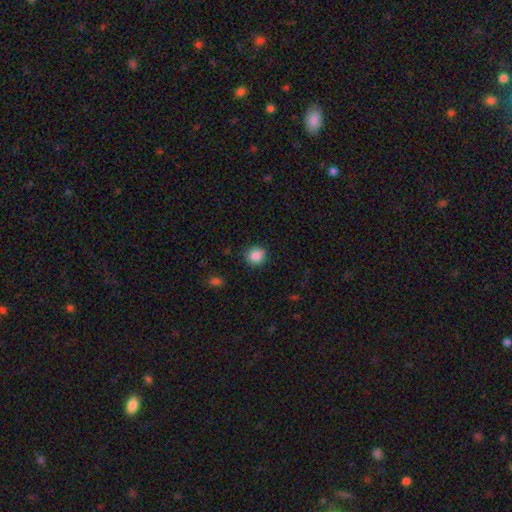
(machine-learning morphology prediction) smooth 87%, star or artifact 10%, featured or disk 4%. Down the decision tree: how rounded — round (89%); merging — none (87%).